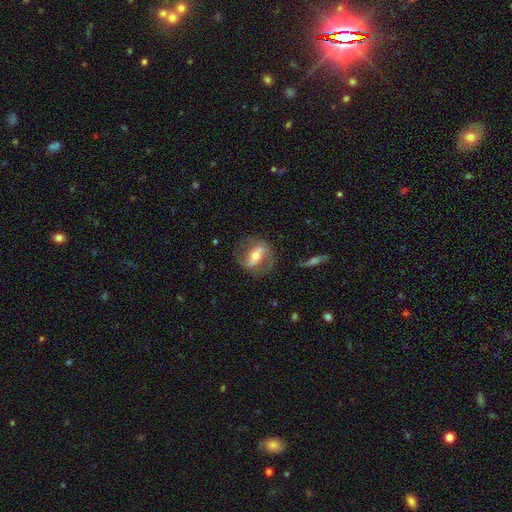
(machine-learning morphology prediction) This appears to be a featured or disk galaxy (71%) with a strong bar (52%), 2 (81%) medium (45%) spiral arms (78%) and a moderate central bulge (59%). Merging: none (71%).